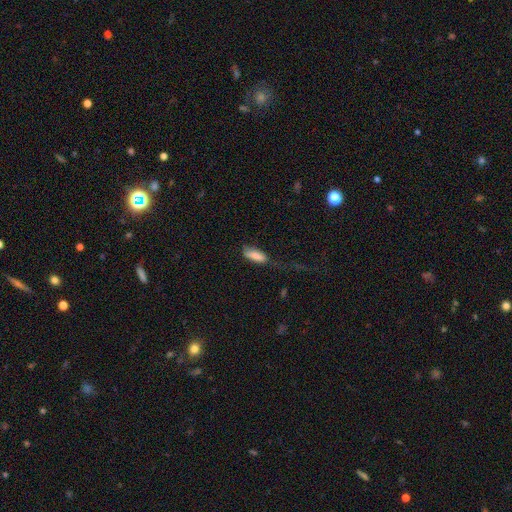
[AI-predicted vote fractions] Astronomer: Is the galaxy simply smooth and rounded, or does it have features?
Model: smooth — 84%.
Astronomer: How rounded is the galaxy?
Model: in between — 69%.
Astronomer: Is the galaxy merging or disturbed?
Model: none — 41% (runner-up: minor disturbance, 30%).